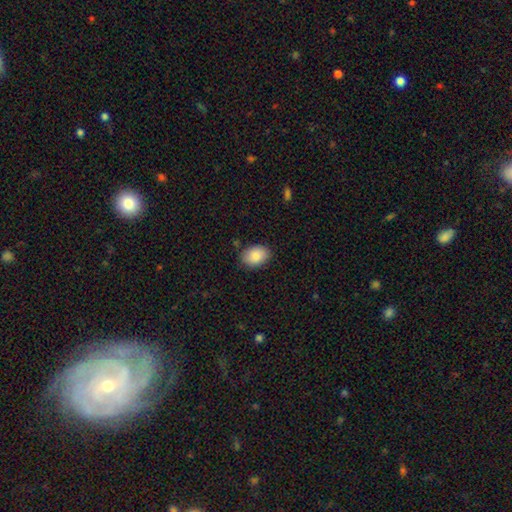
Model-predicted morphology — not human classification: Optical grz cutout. It shows a smooth galaxy with no disk features (88%) that is in between round and cigar-shaped (79%). Merging: none (83%).